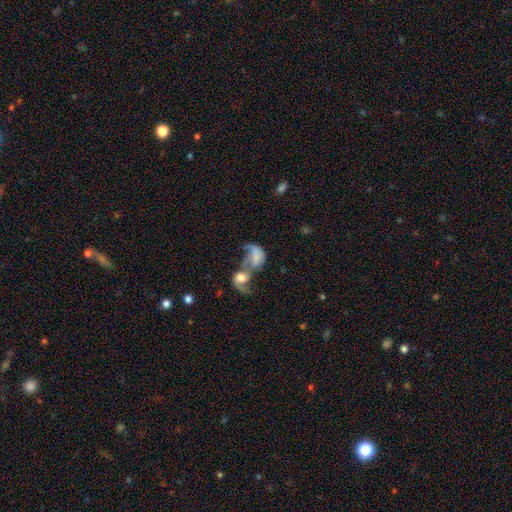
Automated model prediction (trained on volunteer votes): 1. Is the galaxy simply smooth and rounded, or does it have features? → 46% smooth, 44% featured or disk, 9% star or artifact.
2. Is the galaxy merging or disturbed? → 79% merger, 11% major disturbance, 6% none, 4% minor disturbance.